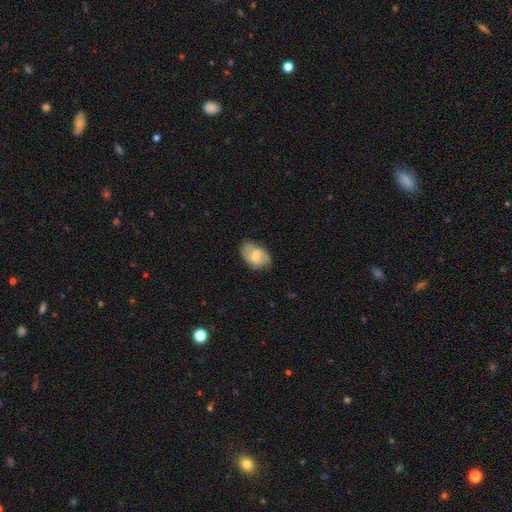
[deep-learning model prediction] This is possibly a smooth galaxy (60%). How rounded: clearly in between (86%). Merging: likely none (66%).